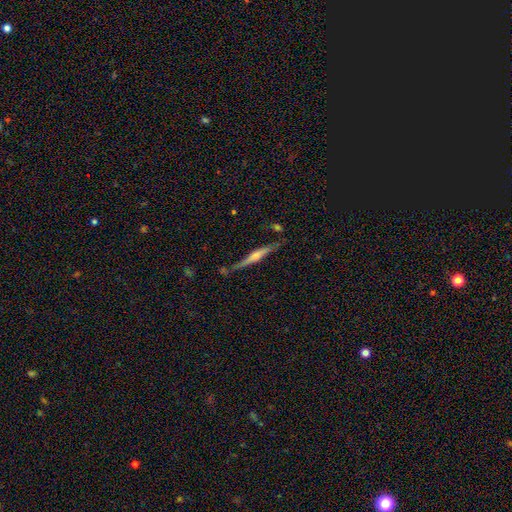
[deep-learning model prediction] Morphology: type=featured or disk (64%); edge-on=yes (96%); edge-on bulge=rounded (73%); merging=none (72%).